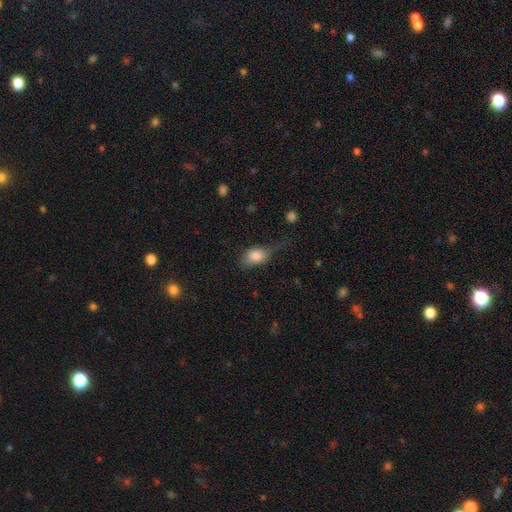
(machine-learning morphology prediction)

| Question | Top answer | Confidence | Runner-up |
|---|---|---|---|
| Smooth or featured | smooth | 80% | featured or disk (11%) |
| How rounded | in between | 78% | round (20%) |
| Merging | none | 41% | minor disturbance (32%) |